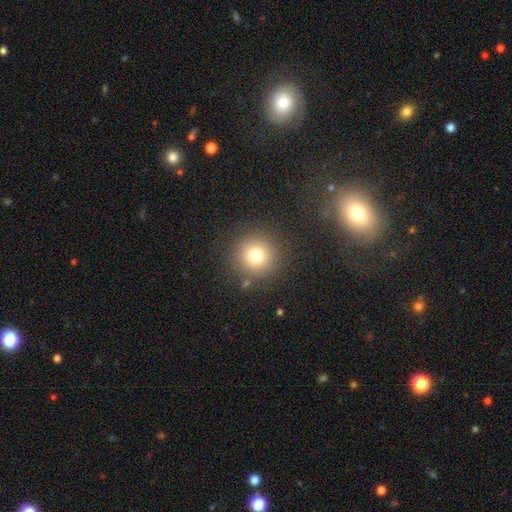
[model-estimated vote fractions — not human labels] This is likely a smooth galaxy (77%). How rounded: clearly round (95%). Merging: clearly none (87%).